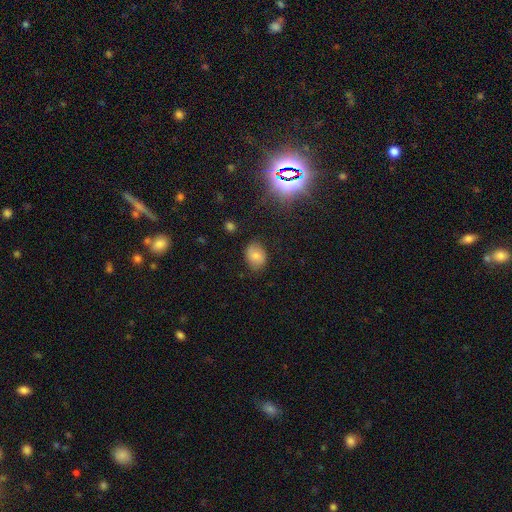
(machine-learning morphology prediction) type=smooth (75%); roundness=in between (62%); merging=none (79%).